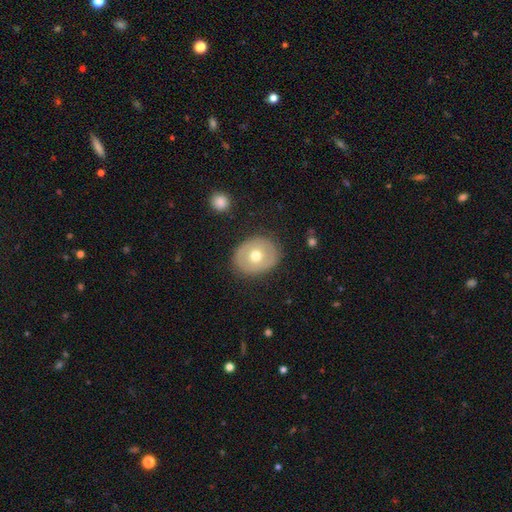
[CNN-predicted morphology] This is possibly a smooth galaxy (55%). How rounded: possibly round (55%). Merging: clearly none (84%).